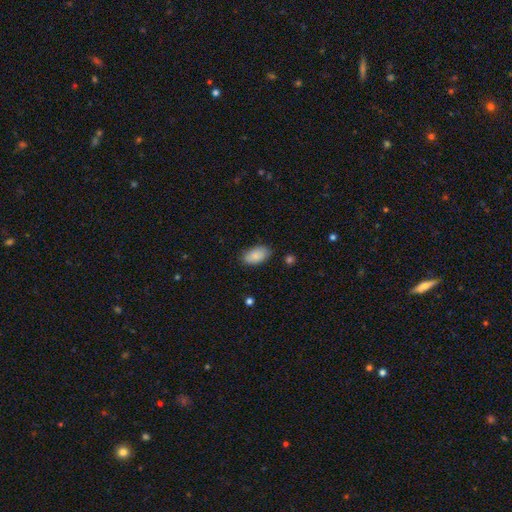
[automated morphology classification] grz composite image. It shows a smooth galaxy with no disk features (86%) that is in between round and cigar-shaped (94%). Merging: none (81%).